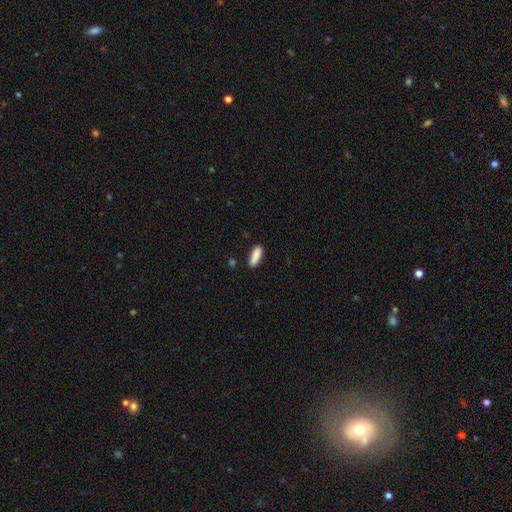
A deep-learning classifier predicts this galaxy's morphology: Smooth or featured? smooth (88%)
How rounded? in between (56%)
Merging? none (82%)